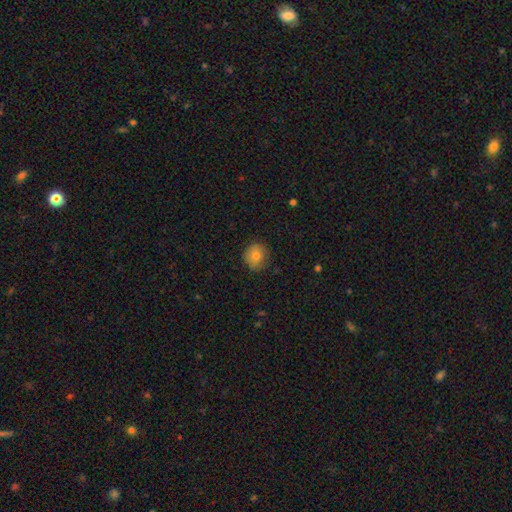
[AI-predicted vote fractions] Smooth or featured: smooth — 78% (featured or disk — 13%)
How rounded: round — 84% (in between — 15%)
Merging: none — 81% (minor disturbance — 15%)